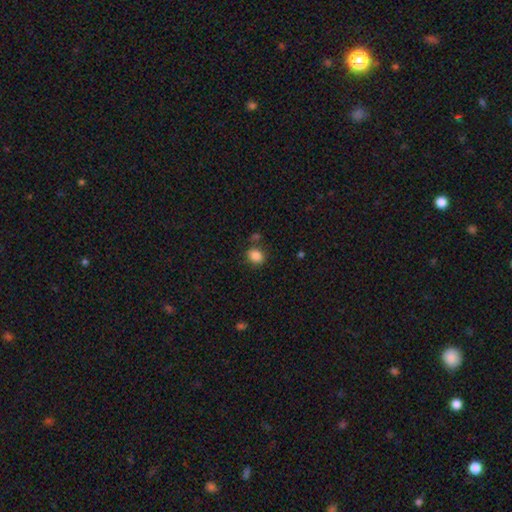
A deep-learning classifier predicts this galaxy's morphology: A smooth galaxy with no disk features (86%) that is round (51%). Merging: none (76%).